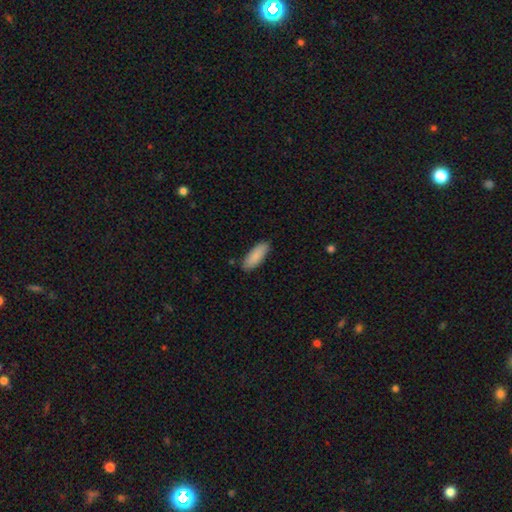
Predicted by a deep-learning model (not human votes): Smooth or featured? smooth (89%)
How rounded? in between (71%)
Merging? none (85%)